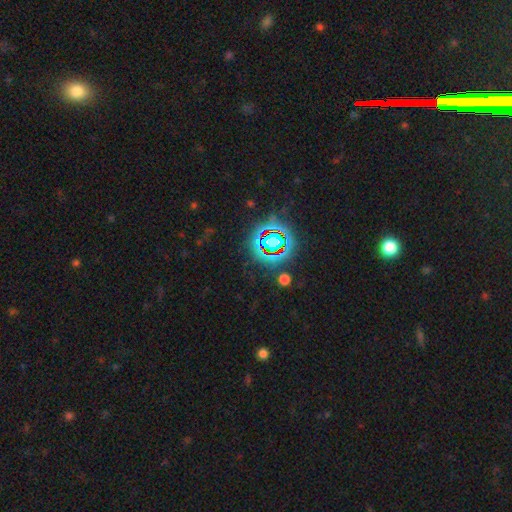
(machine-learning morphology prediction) A star or artifact, not a galaxy (78%).

Vote fractions:
- Smooth or featured? star or artifact: 78% / smooth: 13% / featured or disk: 9%